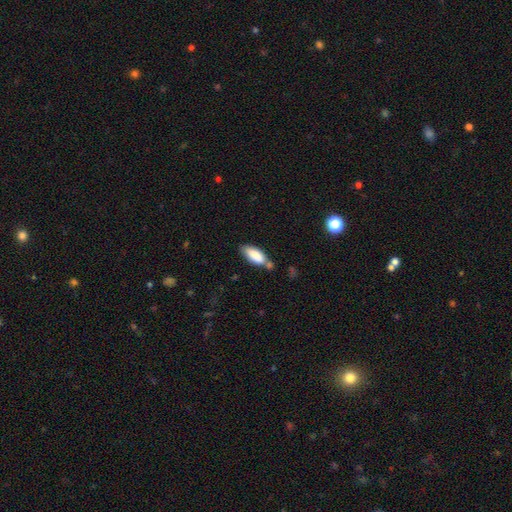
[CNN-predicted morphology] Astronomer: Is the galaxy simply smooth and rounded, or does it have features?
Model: smooth — 84%.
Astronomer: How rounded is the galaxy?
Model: in between — 81%.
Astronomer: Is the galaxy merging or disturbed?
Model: none — 54%.